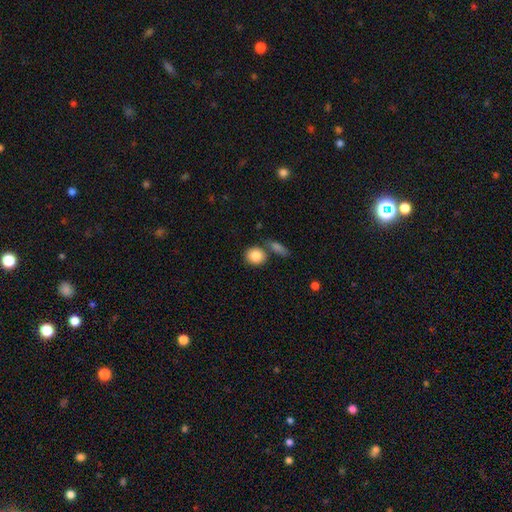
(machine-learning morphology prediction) smooth_or_featured: smooth (p=0.85) [alt: featured or disk p=0.08]
how_rounded: round (p=0.78) [alt: in between p=0.20]
merging: none (p=0.68) [alt: merger p=0.19]